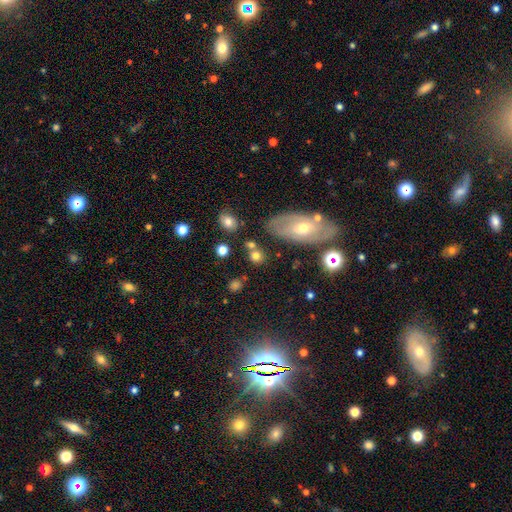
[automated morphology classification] Smooth or featured? Predicted: smooth (p=0.75). How rounded? Predicted: round (p=0.72). Merging? Predicted: none (p=0.64).